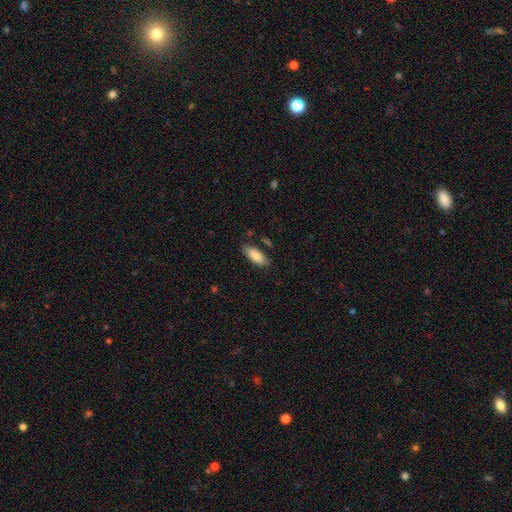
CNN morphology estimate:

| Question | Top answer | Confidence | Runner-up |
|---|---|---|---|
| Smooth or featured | smooth | 85% | featured or disk (9%) |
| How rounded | in between | 80% | cigar-shaped (18%) |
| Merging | none | 80% | minor disturbance (14%) |